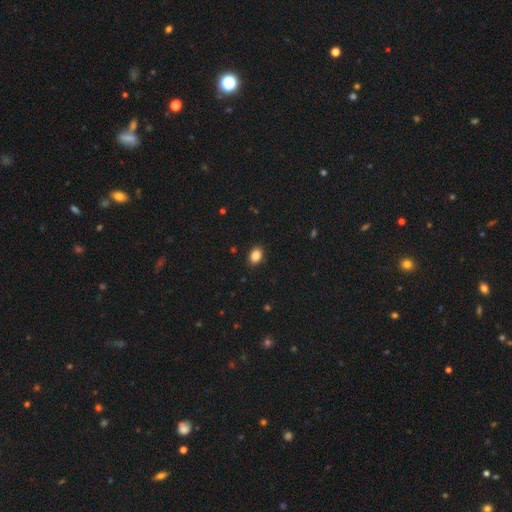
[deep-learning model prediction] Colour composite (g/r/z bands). It shows a smooth galaxy with no disk features (87%) that is in between round and cigar-shaped (78%). Merging: none (90%).